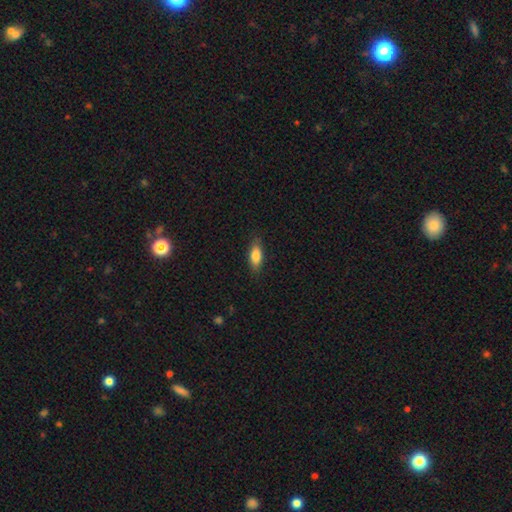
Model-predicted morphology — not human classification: Smooth or featured? Predicted: smooth (p=0.81). How rounded? Predicted: in between (p=0.74). Merging? Predicted: none (p=0.84).